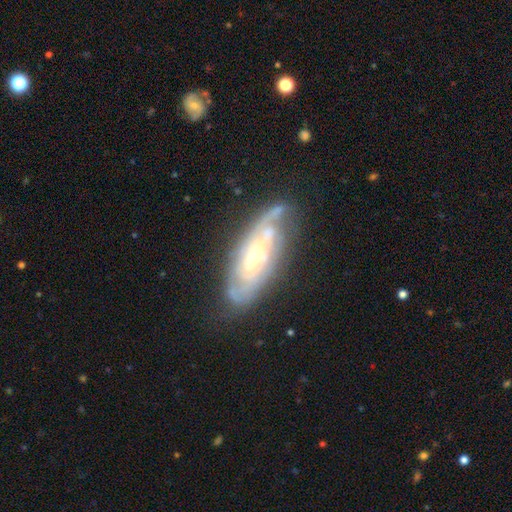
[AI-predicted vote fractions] A featured or disk galaxy (79%) with no bar (54%), tight (58%) spiral arms (87%) and a small central bulge (51%). Merging: none (67%).